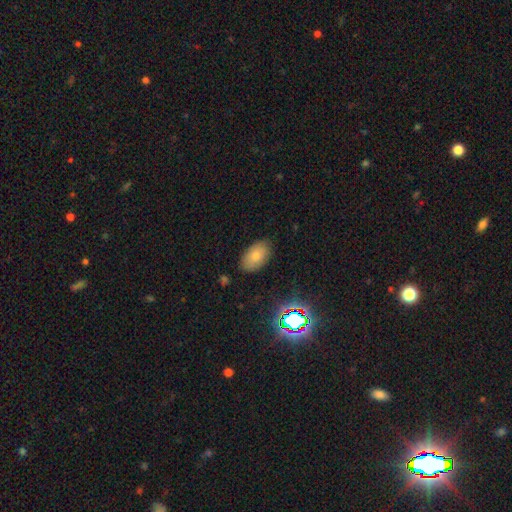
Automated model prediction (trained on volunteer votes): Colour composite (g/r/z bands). It shows a smooth galaxy with no disk features (77%) that is in between round and cigar-shaped (92%). Merging: none (81%).